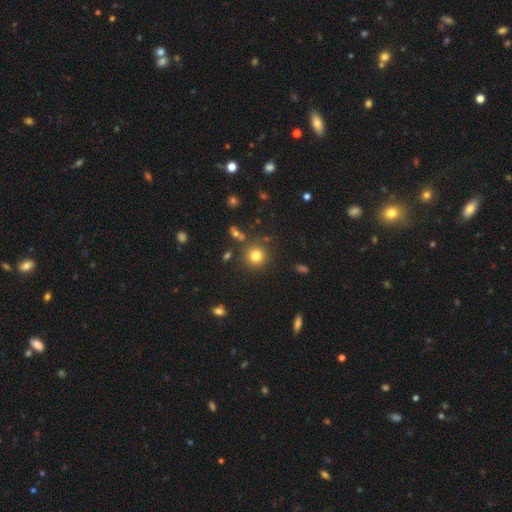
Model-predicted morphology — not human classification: smooth_or_featured: smooth (p=0.79) [alt: star or artifact p=0.14]
how_rounded: round (p=0.93) [alt: in between p=0.06]
merging: none (p=0.84) [alt: minor disturbance p=0.08]